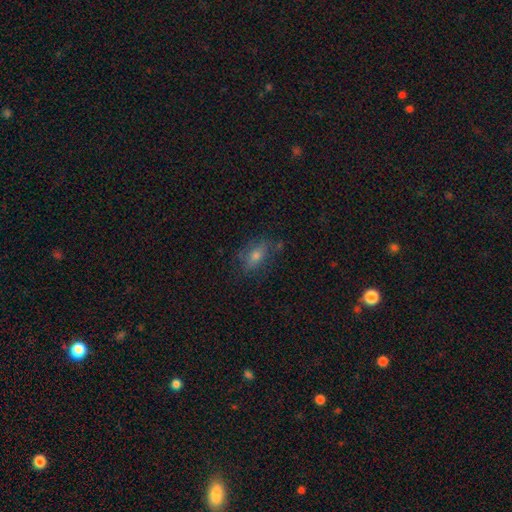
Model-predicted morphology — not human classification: smooth-or-featured: smooth: 55% | featured or disk: 30% | star or artifact: 15%
  how-rounded: in between: 75% | round: 14% | cigar-shaped: 11%
  merging: none: 71% | minor disturbance: 19% | major disturbance: 7% | merger: 3%